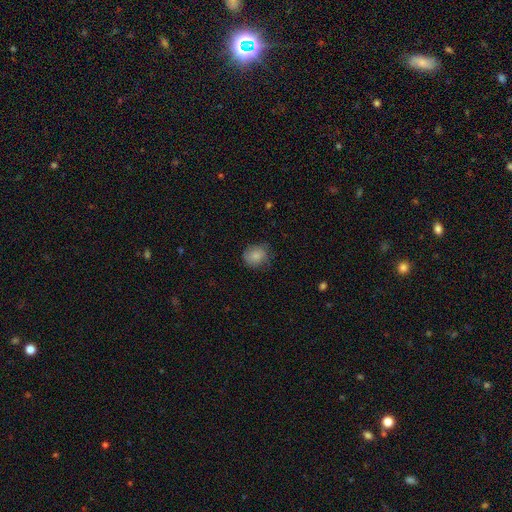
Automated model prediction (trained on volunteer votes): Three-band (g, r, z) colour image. It shows a smooth galaxy with no disk features (79%) that is round (68%). Merging: none (67%).